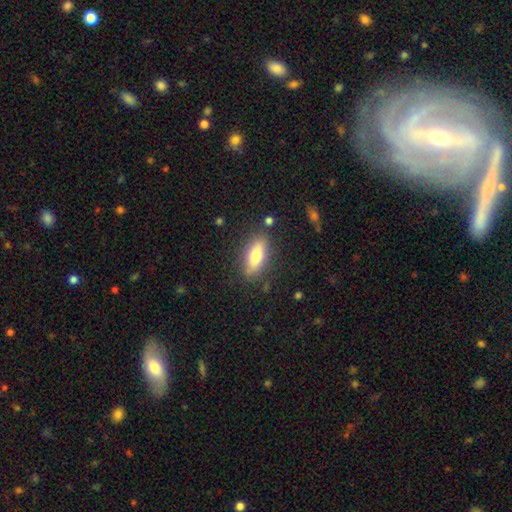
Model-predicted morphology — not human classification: This appears to be a smooth galaxy with no disk features (70%) that is in between round and cigar-shaped (73%). Merging: none (82%).